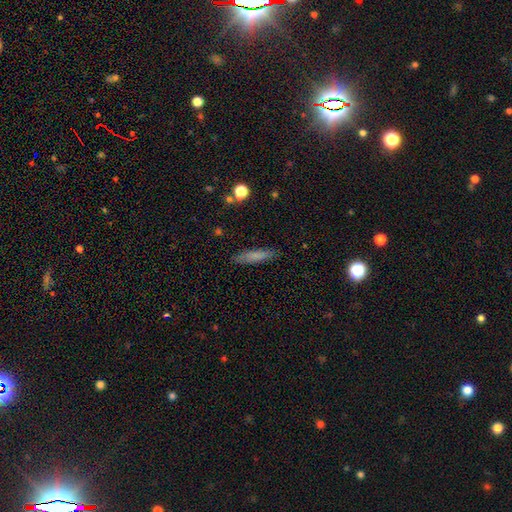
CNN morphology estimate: Smooth or featured: smooth — 76% (featured or disk — 16%)
How rounded: cigar-shaped — 83% (in between — 15%)
Merging: none — 87% (minor disturbance — 10%)